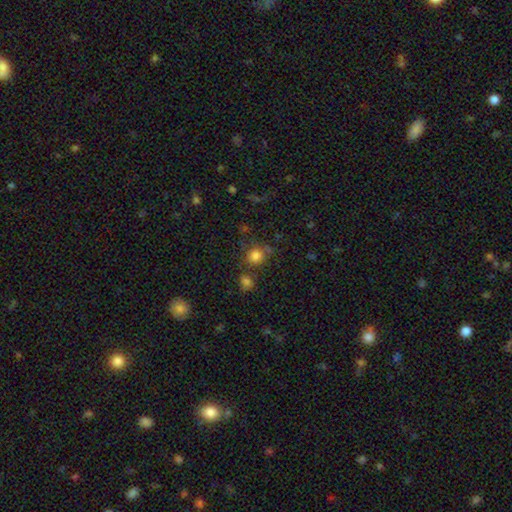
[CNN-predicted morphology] smooth-or-featured: smooth: 79% | star or artifact: 14% | featured or disk: 7%
  how-rounded: round: 86% | in between: 13% | cigar-shaped: 1%
  merging: none: 70% | merger: 13% | minor disturbance: 12% | major disturbance: 5%